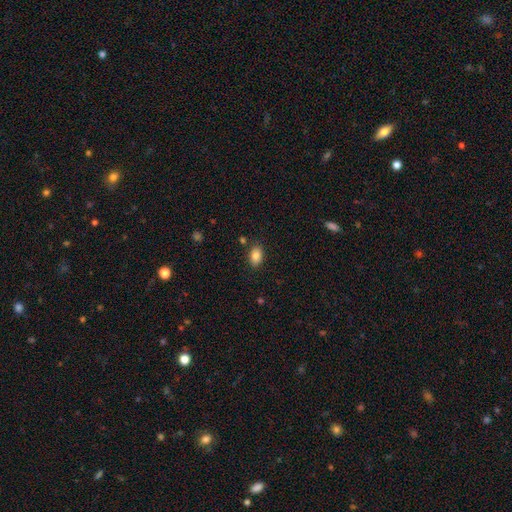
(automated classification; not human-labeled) Smooth or featured? smooth (85%)
How rounded? in between (86%)
Merging? none (84%)